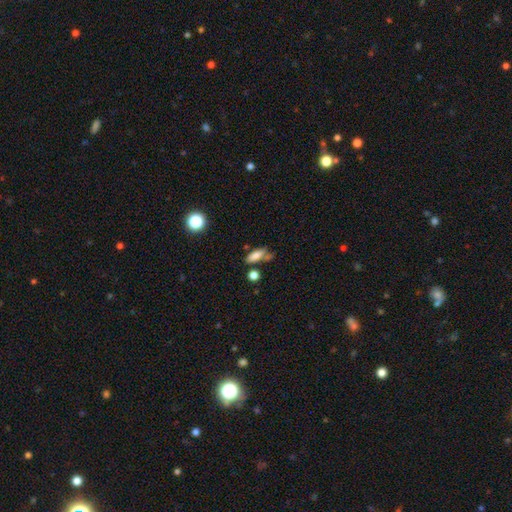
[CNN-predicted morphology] This is likely a smooth galaxy (77%). How rounded: likely in between (67%). Merging: possibly none (49%).